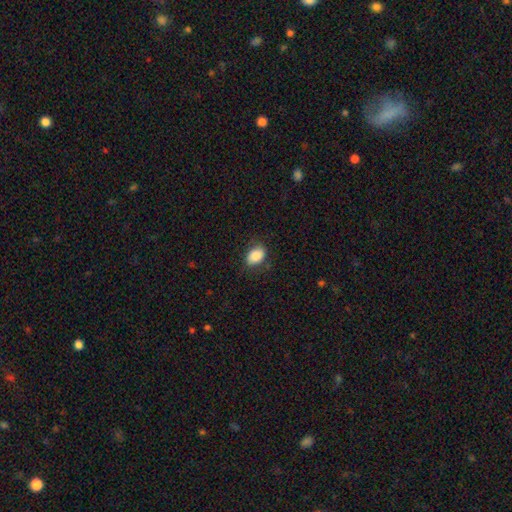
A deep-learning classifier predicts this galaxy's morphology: type=smooth (85%); roundness=in between (80%); merging=none (77%).